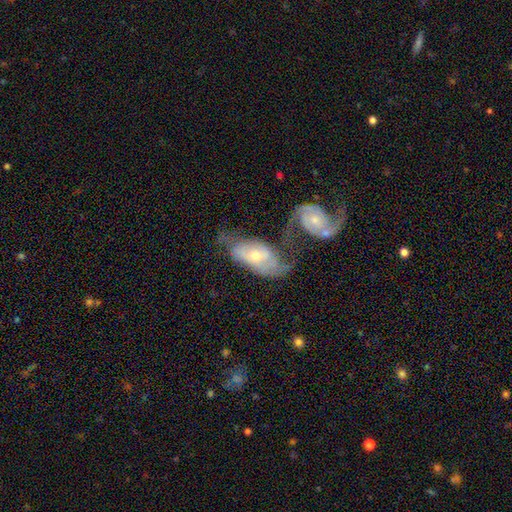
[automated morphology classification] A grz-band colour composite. It shows a featured or disk galaxy (69%) with no bar (63%), 2 (62%) medium (41%) spiral arms (81%) and a moderate central bulge (50%). Merging: merger (44%).